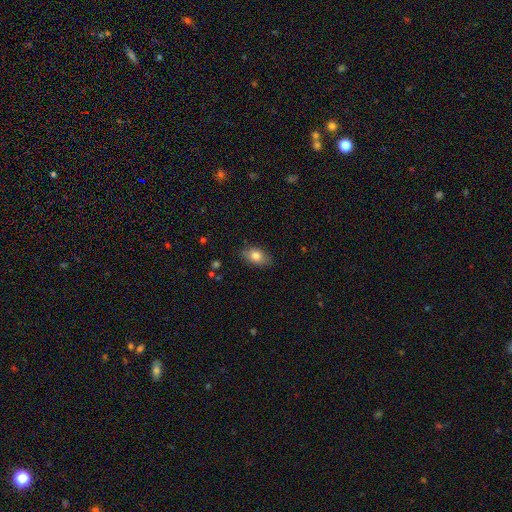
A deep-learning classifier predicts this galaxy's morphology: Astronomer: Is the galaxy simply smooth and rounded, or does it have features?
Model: smooth — 81%.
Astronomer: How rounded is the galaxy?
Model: in between — 87%.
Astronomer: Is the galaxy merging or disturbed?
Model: none — 83%.